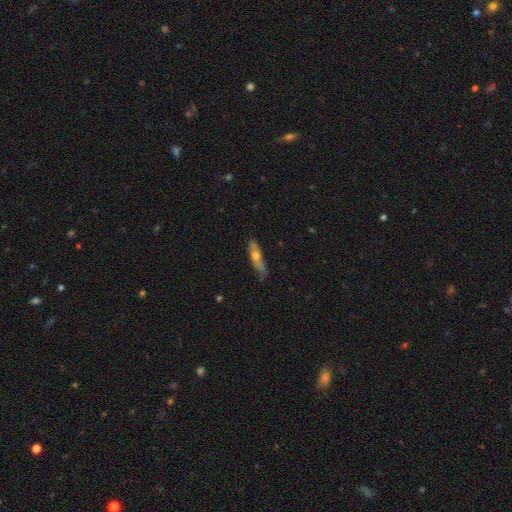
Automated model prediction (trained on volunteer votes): The model was most divided on "smooth or featured": smooth: 52%, featured or disk: 41%, star or artifact: 6%. More confident: how rounded — cigar-shaped (72%); merging — none (66%).